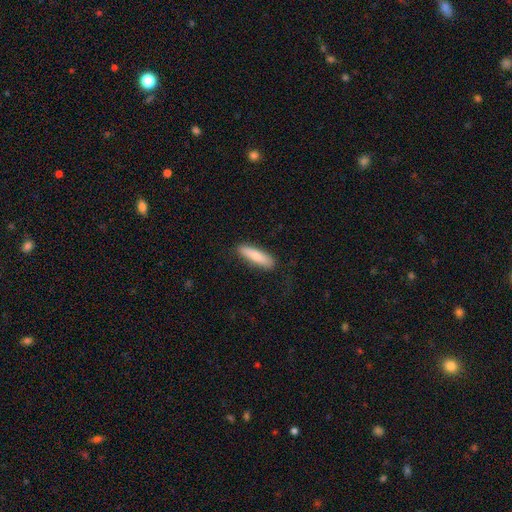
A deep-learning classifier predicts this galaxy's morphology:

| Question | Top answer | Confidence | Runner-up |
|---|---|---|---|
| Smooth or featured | smooth | 78% | featured or disk (17%) |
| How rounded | cigar-shaped | 71% | in between (28%) |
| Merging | none | 85% | minor disturbance (11%) |